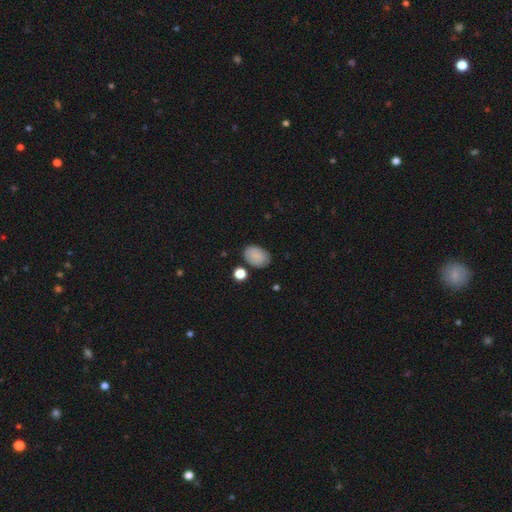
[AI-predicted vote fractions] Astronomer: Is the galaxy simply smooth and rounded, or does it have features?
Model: smooth — 85%.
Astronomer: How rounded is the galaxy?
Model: in between — 80%.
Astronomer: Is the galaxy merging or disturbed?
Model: none — 77%.